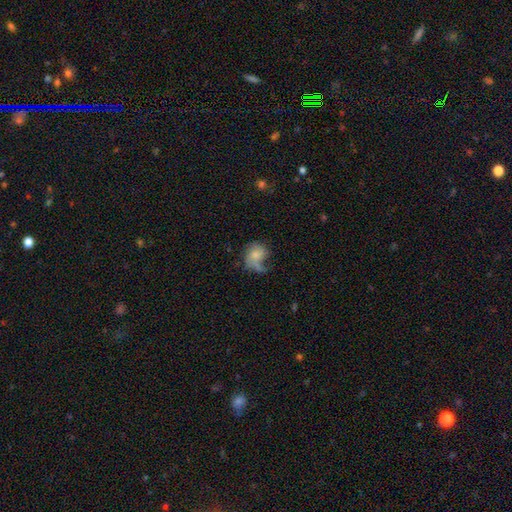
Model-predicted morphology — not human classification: smooth_or_featured: smooth (p=0.48) [alt: featured or disk p=0.42]
merging: major disturbance (p=0.40) [alt: none p=0.30]